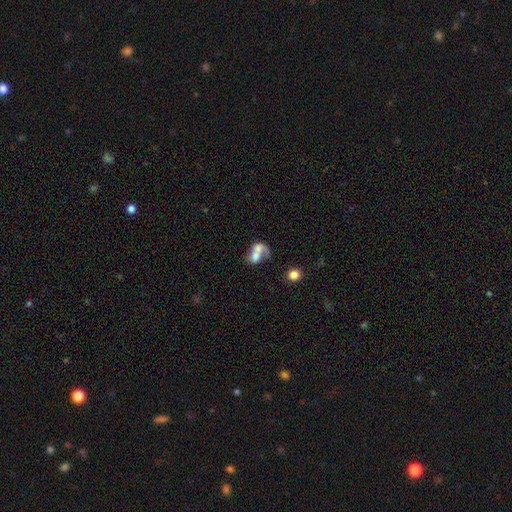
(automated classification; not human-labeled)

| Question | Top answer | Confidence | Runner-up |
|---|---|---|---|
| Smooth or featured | smooth | 53% | featured or disk (37%) |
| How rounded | in between | 67% | round (30%) |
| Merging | merger | 67% | major disturbance (14%) |